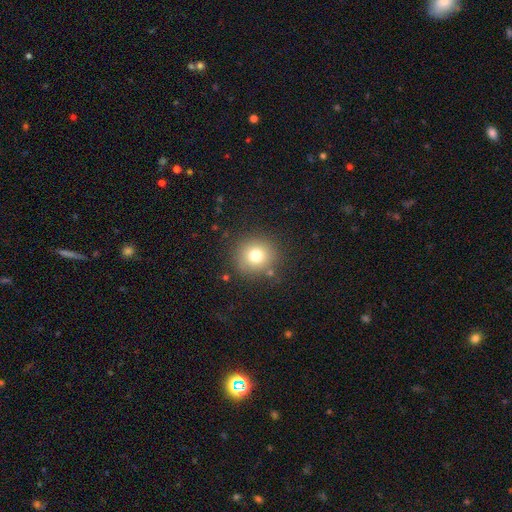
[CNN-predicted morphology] smooth 76%, star or artifact 13%, featured or disk 11%. Down the decision tree: how rounded — round (91%); merging — none (85%).